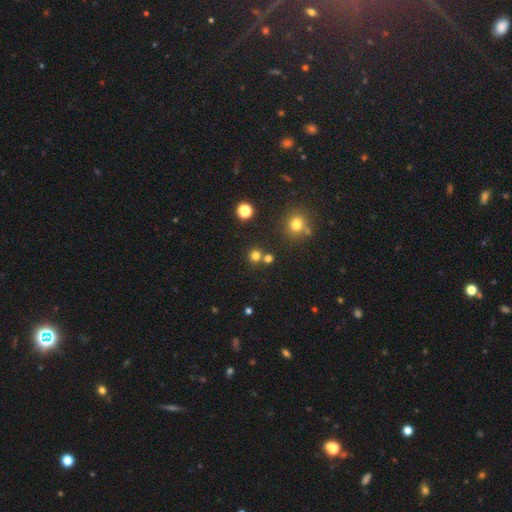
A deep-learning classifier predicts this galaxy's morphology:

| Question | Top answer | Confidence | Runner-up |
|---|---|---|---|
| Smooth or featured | smooth | 73% | star or artifact (21%) |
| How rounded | round | 92% | in between (7%) |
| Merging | none | 74% | merger (17%) |